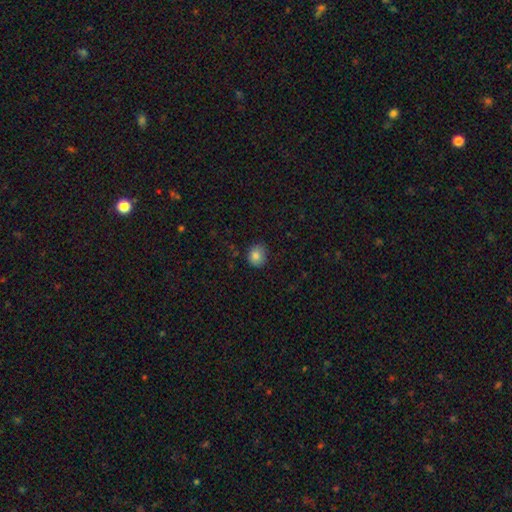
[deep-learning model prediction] Q: Smooth or featured?
A: smooth (83%); runner-up: star or artifact (10%)
Q: How rounded?
A: round (75%); runner-up: in between (24%)
Q: Merging?
A: none (75%); runner-up: minor disturbance (20%)